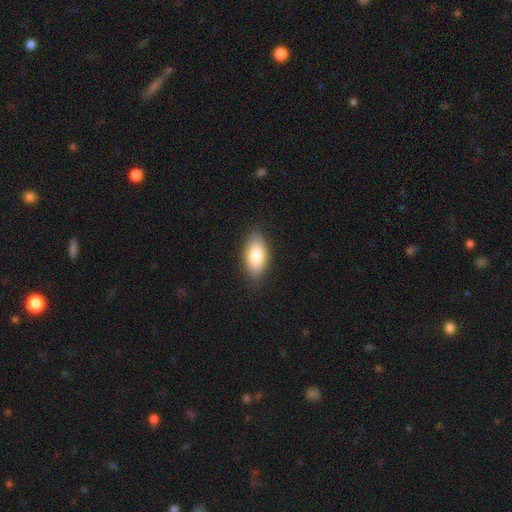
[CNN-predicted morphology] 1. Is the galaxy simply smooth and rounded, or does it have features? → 83% smooth, 11% featured or disk, 6% star or artifact.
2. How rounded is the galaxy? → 92% in between, 6% cigar-shaped, 3% round.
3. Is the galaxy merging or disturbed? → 84% none, 13% minor disturbance, 3% major disturbance, 1% merger.